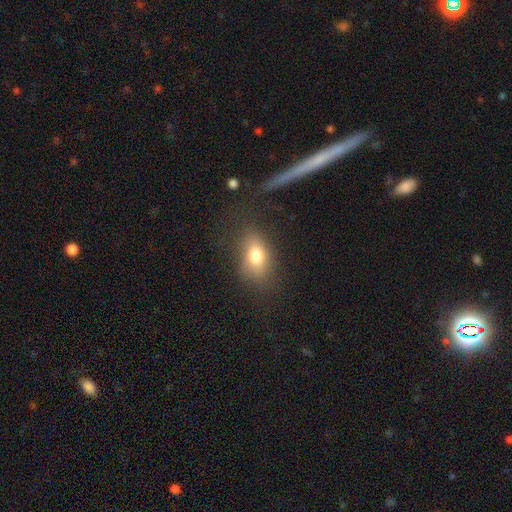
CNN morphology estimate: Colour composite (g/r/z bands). It shows a smooth galaxy with no disk features (75%) that is in between round and cigar-shaped (79%). Merging: none (69%).